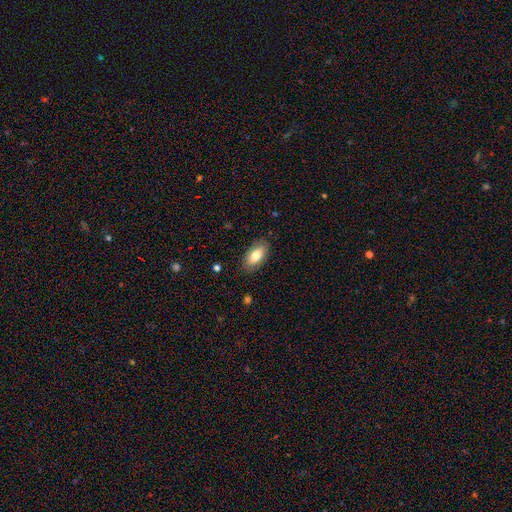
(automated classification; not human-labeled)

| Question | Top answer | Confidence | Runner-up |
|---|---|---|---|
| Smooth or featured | smooth | 78% | featured or disk (16%) |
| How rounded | in between | 90% | cigar-shaped (6%) |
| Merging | none | 86% | minor disturbance (11%) |